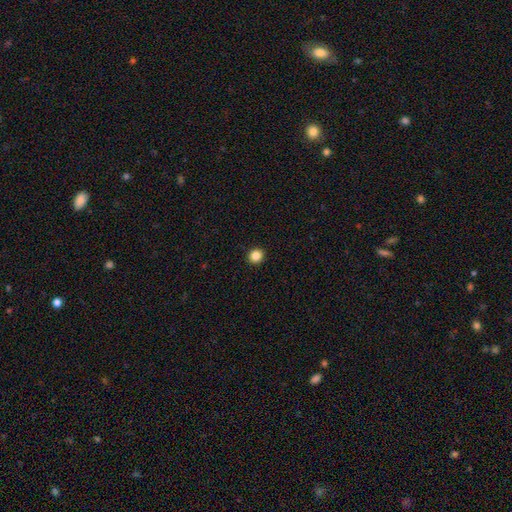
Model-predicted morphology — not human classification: Smooth or featured? smooth (86%)
How rounded? round (90%)
Merging? none (94%)